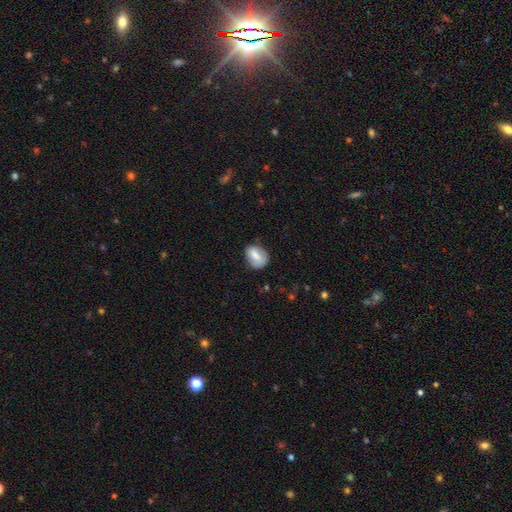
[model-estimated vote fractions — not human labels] Smooth or featured? smooth (71%)
How rounded? in between (67%)
Merging? none (69%)